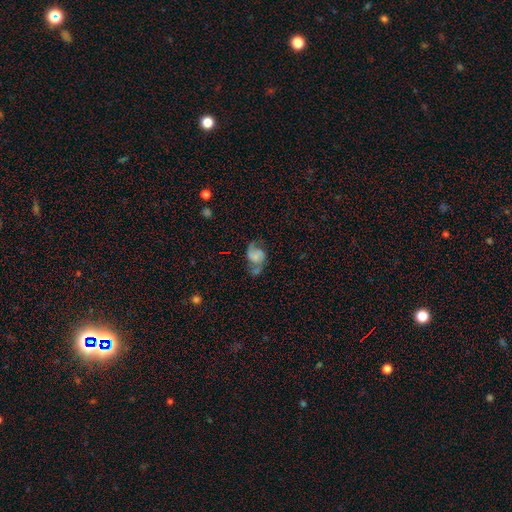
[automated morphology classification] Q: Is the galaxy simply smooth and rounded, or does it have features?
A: featured or disk — 62%.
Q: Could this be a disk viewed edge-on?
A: no — 97%.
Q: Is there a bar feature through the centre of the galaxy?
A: no — 63%.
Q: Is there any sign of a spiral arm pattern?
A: yes — 87%.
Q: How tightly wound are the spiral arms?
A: loose — 48%.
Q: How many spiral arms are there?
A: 2 — 83%.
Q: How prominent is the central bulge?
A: none — 42%.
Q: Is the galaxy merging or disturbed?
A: none — 46%.